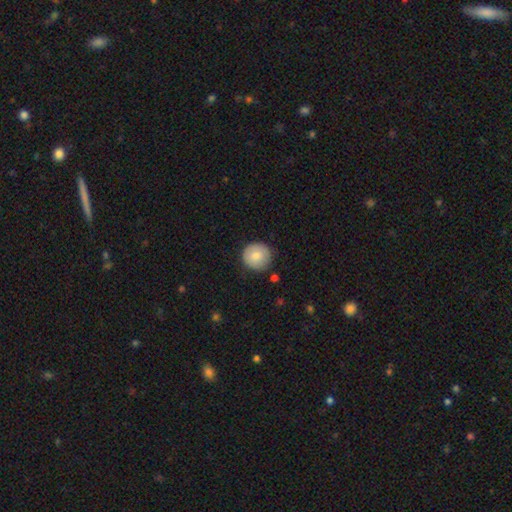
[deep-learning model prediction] A smooth galaxy with no disk features (81%) that is round (94%).

Vote fractions:
- Smooth or featured? smooth: 81% / featured or disk: 12% / star or artifact: 7%
- How rounded? round: 94% / in between: 5% / cigar-shaped: 1%
- Merging? none: 85% / minor disturbance: 11% / major disturbance: 2% / merger: 2%